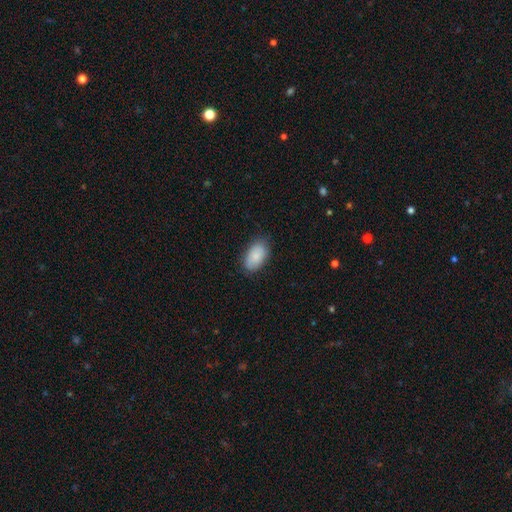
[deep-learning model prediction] The model was most divided on "merging": none: 82%, minor disturbance: 14%, major disturbance: 3%, merger: 1%. More confident: how rounded — in between (94%); smooth or featured — smooth (86%).